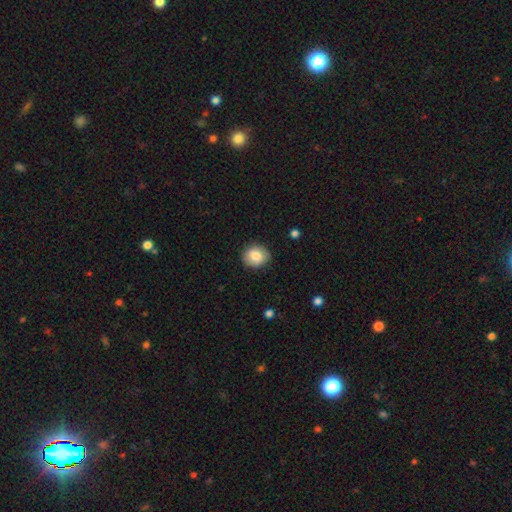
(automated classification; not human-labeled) smooth-or-featured: smooth: 81% | featured or disk: 11% | star or artifact: 8%
  how-rounded: round: 75% | in between: 24% | cigar-shaped: 1%
  merging: none: 85% | minor disturbance: 11% | major disturbance: 2% | merger: 1%